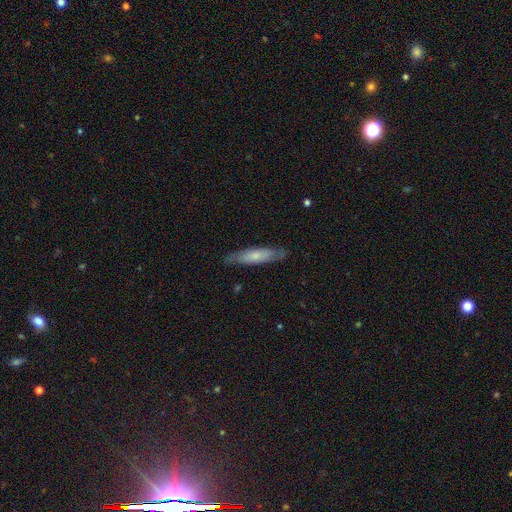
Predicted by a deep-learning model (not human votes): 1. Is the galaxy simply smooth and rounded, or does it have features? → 59% smooth, 36% featured or disk, 5% star or artifact.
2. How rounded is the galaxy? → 77% cigar-shaped, 22% in between, 1% round.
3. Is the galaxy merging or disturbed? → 82% none, 14% minor disturbance, 3% major disturbance, 1% merger.